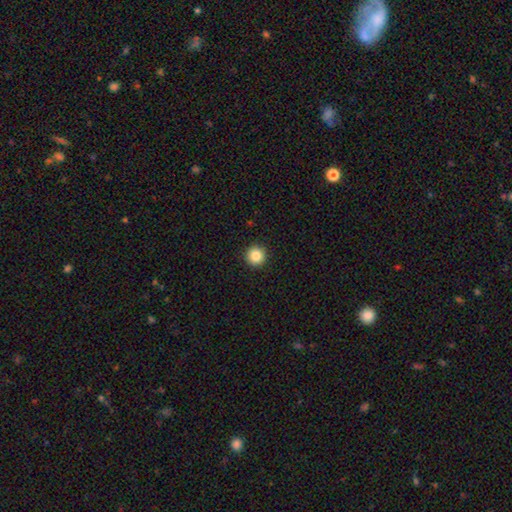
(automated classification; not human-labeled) A smooth galaxy with no disk features (86%) that is round (96%). Merging: none (93%).